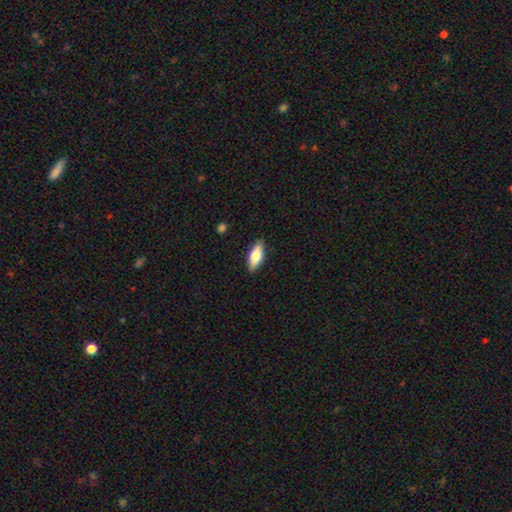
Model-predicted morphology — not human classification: This appears to be a smooth galaxy with no disk features (70%) that is in between round and cigar-shaped (73%). Merging: none (88%).